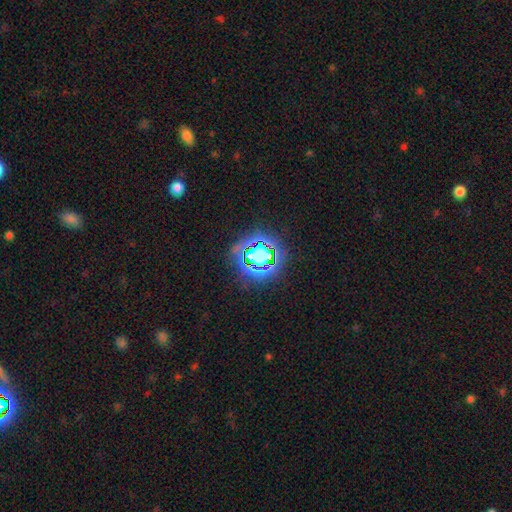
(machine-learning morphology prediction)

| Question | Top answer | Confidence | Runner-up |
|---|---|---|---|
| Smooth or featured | star or artifact | 77% | smooth (15%) |